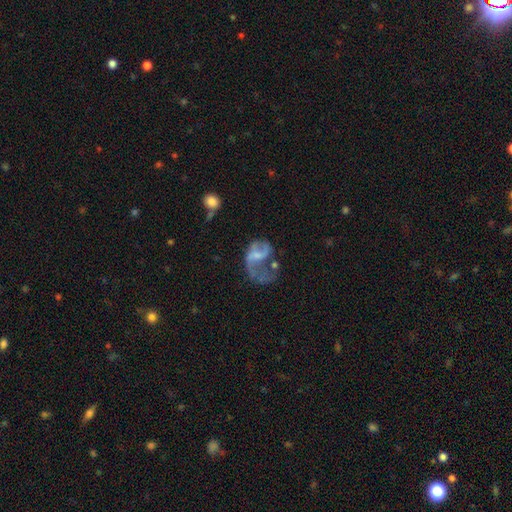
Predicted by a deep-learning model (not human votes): featured or disk 72%, smooth 20%, star or artifact 9%. Down the decision tree: edge-on disk — no (98%); bar — no (52%); spiral arms — yes (72%); spiral arm count — 2 (55%); spiral winding — loose (63%); bulge size — small (45%); merging — major disturbance (52%).